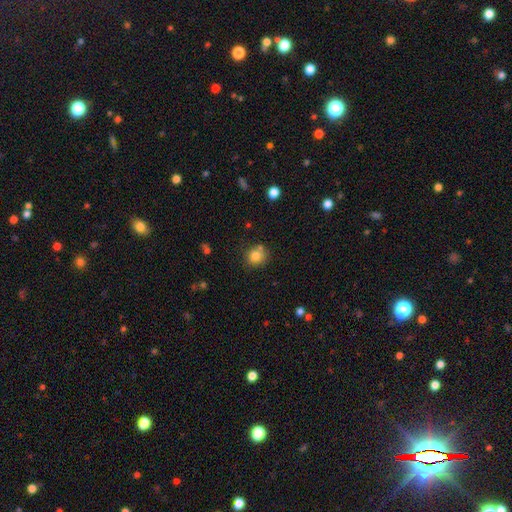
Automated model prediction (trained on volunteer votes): Smooth or featured? smooth (81%)
How rounded? round (83%)
Merging? none (72%)